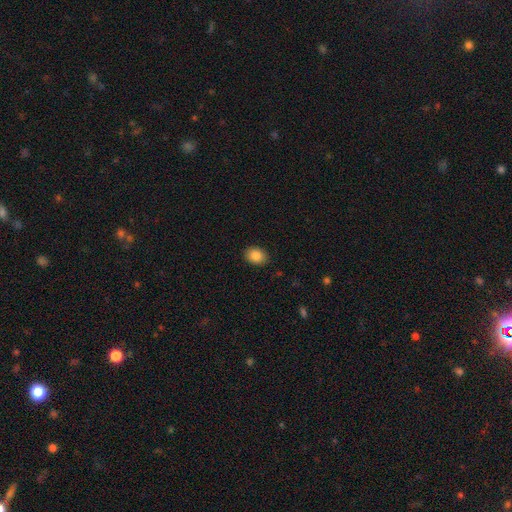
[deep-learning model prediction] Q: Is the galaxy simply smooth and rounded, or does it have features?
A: smooth — 86%.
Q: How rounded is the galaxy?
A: in between — 65%.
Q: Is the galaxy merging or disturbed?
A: none — 89%.